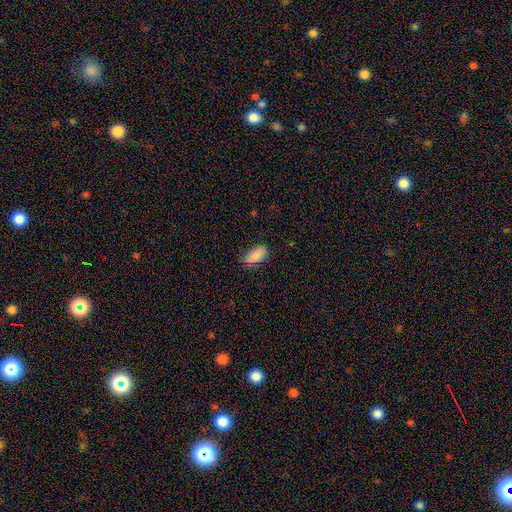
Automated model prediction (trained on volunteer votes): Smooth or featured: smooth — 86% (star or artifact — 8%)
How rounded: in between — 94% (round — 4%)
Merging: none — 74% (minor disturbance — 21%)